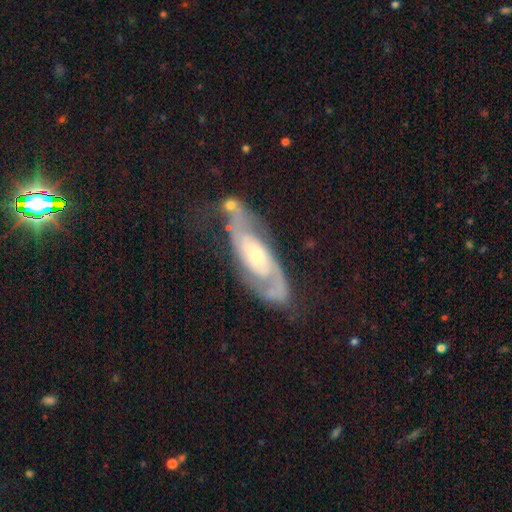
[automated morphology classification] Smooth or featured? Predicted: featured or disk (p=0.85). Edge-on disk? Predicted: no (p=0.91). Bar? Predicted: no (p=0.58). Spiral arms? Predicted: yes (p=0.94). Spiral winding? Predicted: medium (p=0.44). Spiral arm count? Predicted: 2 (p=0.80). Bulge size? Predicted: moderate (p=0.44). Merging? Predicted: none (p=0.59).